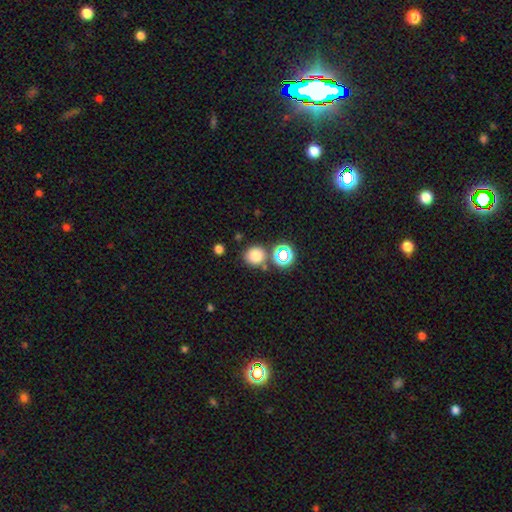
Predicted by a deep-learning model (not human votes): A smooth galaxy with no disk features (76%) that is round (86%).

Vote fractions:
- Smooth or featured? smooth: 76% / star or artifact: 18% / featured or disk: 6%
- How rounded? round: 86% / in between: 13% / cigar-shaped: 1%
- Merging? none: 73% / merger: 14% / minor disturbance: 10% / major disturbance: 3%